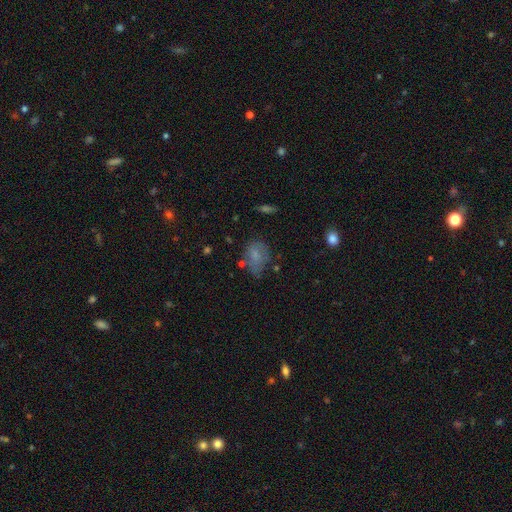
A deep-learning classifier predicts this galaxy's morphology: Smooth or featured: smooth — 69% (featured or disk — 20%)
How rounded: in between — 63% (round — 35%)
Merging: none — 45% (minor disturbance — 31%)